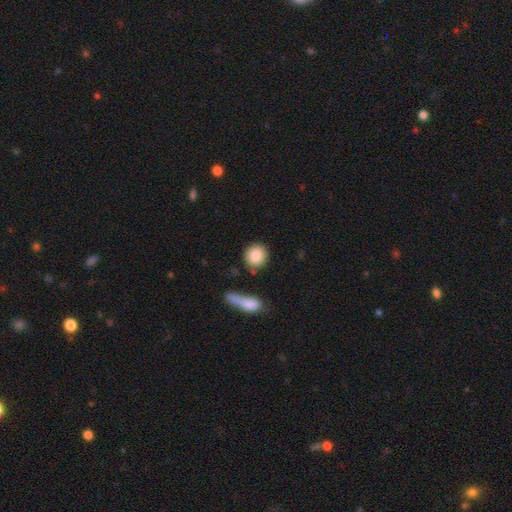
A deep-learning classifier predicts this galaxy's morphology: type=smooth (86%); roundness=round (85%); merging=none (79%).